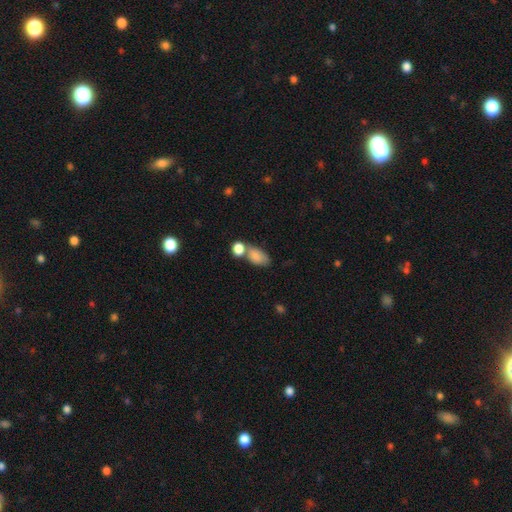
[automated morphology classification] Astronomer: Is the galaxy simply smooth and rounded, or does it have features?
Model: smooth — 83%.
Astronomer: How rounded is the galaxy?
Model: in between — 87%.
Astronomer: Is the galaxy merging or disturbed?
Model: merger — 40% (runner-up: none, 39%).